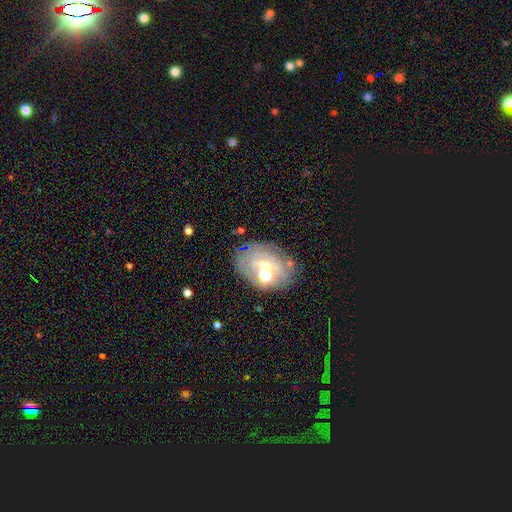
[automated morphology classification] This appears to be a featured or disk galaxy (52%). Merging: none (72%).